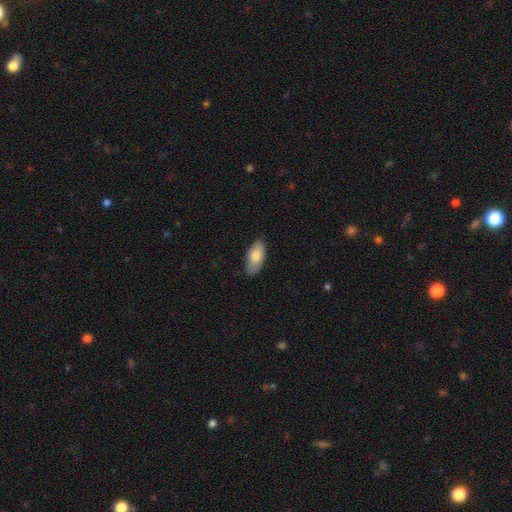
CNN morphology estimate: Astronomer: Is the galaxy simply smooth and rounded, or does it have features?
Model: smooth — 79%.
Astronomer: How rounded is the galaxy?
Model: in between — 91%.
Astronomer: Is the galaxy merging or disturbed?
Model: none — 84%.